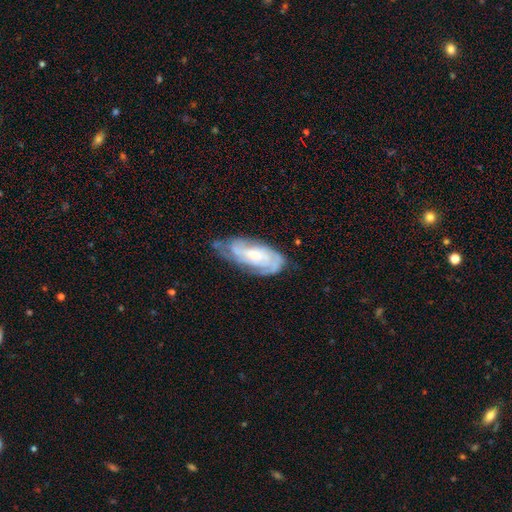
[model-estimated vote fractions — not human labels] A featured or disk galaxy (79%) with no bar (59%), tight (64%) spiral arms (94%) and a small central bulge (54%). Merging: none (63%).